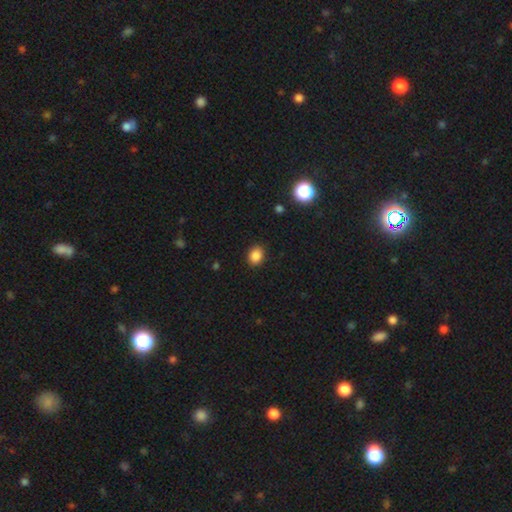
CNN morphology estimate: type=smooth (86%); roundness=in between (55%); merging=none (89%).